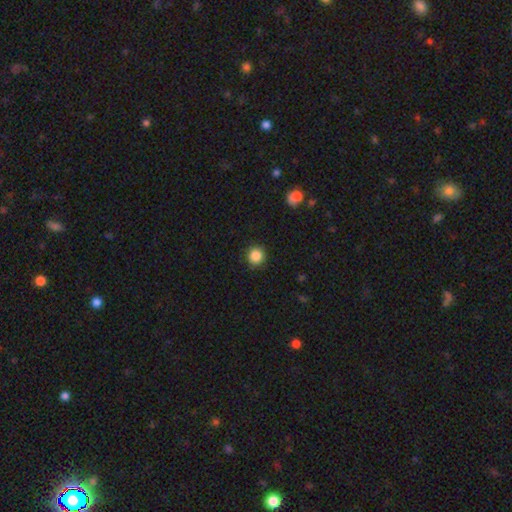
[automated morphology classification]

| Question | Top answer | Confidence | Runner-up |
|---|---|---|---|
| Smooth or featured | smooth | 86% | star or artifact (10%) |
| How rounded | round | 92% | in between (7%) |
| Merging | none | 90% | minor disturbance (7%) |